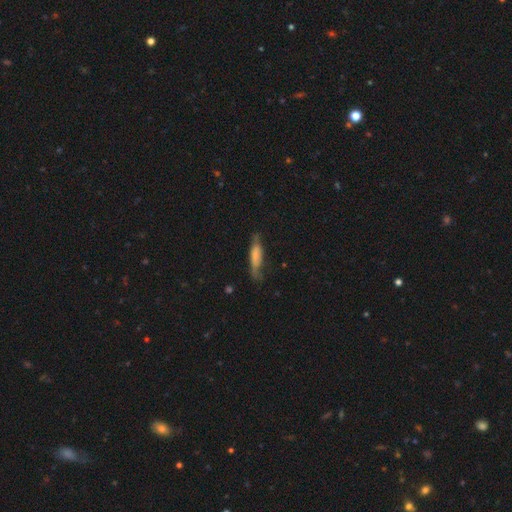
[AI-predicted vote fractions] This is likely a smooth galaxy (62%). How rounded: likely cigar-shaped (65%). Merging: possibly none (54%).